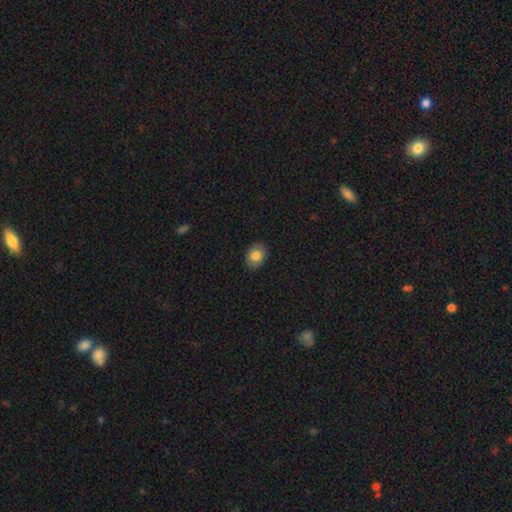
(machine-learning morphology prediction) The model was most divided on "how rounded": in between: 68%, round: 31%, cigar-shaped: 1%. More confident: merging — none (88%); smooth or featured — smooth (83%).